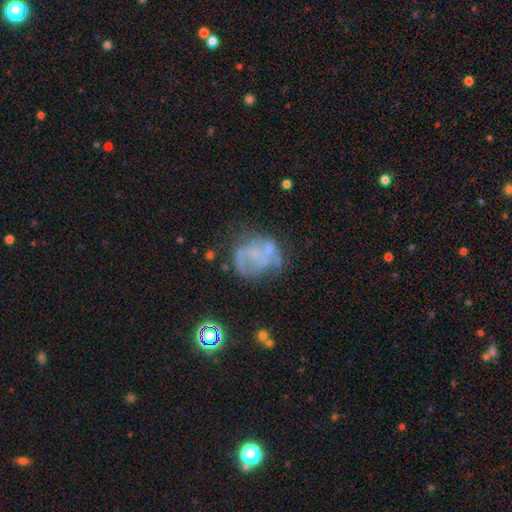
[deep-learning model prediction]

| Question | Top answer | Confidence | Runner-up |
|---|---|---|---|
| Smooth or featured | featured or disk | 59% | smooth (25%) |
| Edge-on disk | no | 98% | yes (2%) |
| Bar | no | 85% | weak (12%) |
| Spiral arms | no | 68% | yes (32%) |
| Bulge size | none | 71% | small (17%) |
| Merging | none | 45% | major disturbance (24%) |